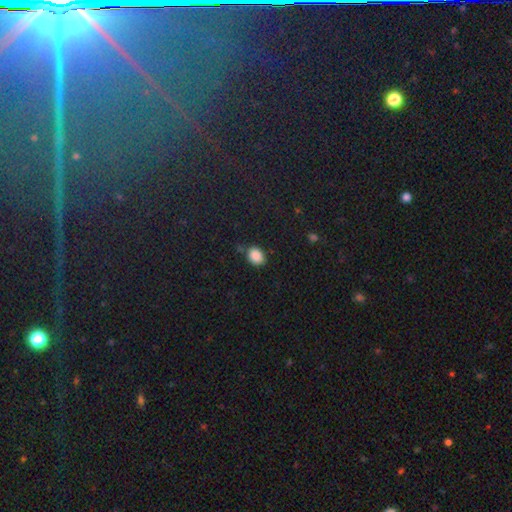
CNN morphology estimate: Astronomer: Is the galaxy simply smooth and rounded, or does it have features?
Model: smooth — 87%.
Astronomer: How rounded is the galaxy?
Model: in between — 65%.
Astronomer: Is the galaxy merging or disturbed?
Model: none — 80%.